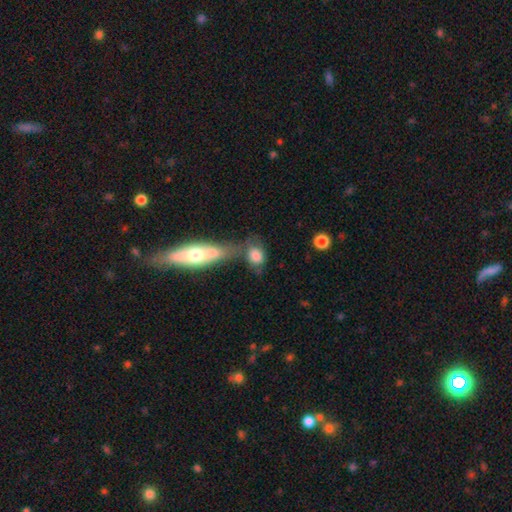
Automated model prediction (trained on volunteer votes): smooth_or_featured: smooth (p=0.78) [alt: featured or disk p=0.14]
how_rounded: in between (p=0.62) [alt: round p=0.32]
merging: merger (p=0.42) [alt: none p=0.34]